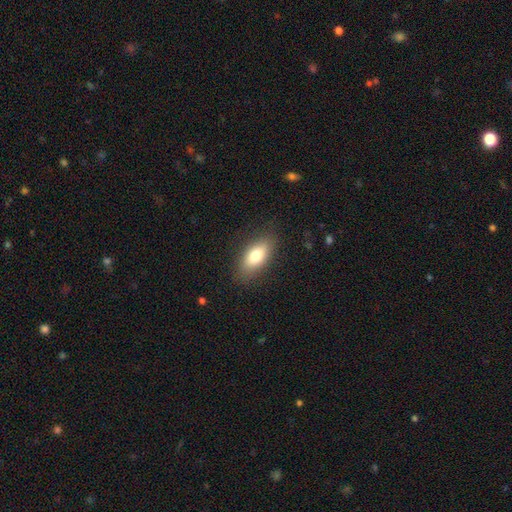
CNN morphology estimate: The model was most divided on "smooth or featured": smooth: 79%, featured or disk: 14%, star or artifact: 7%. More confident: how rounded — in between (85%); merging — none (84%).